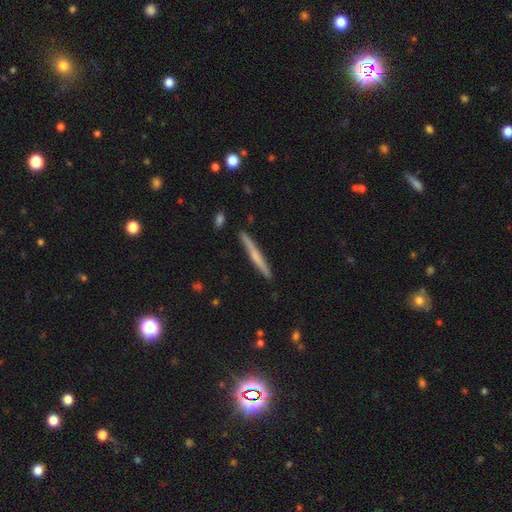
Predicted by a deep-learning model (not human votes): The model was most divided on "smooth or featured": smooth: 48%, featured or disk: 46%, star or artifact: 6%. More confident: merging — none (90%).